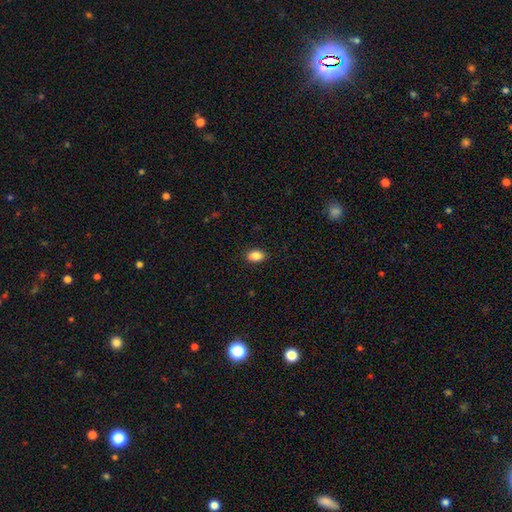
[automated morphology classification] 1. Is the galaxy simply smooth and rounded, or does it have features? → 87% smooth, 9% star or artifact, 4% featured or disk.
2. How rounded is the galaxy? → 84% in between, 15% round, 2% cigar-shaped.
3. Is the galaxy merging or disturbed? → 88% none, 9% minor disturbance, 2% major disturbance, 1% merger.